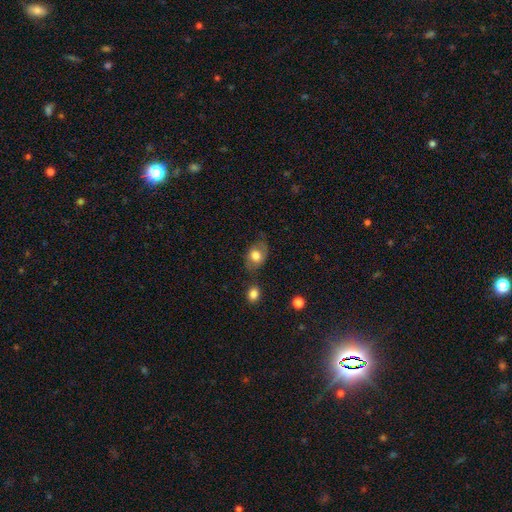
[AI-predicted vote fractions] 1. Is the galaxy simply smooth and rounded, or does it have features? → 74% smooth, 18% featured or disk, 8% star or artifact.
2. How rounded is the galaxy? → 73% in between, 26% round, 1% cigar-shaped.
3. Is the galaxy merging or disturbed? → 62% none, 25% minor disturbance, 8% major disturbance, 6% merger.